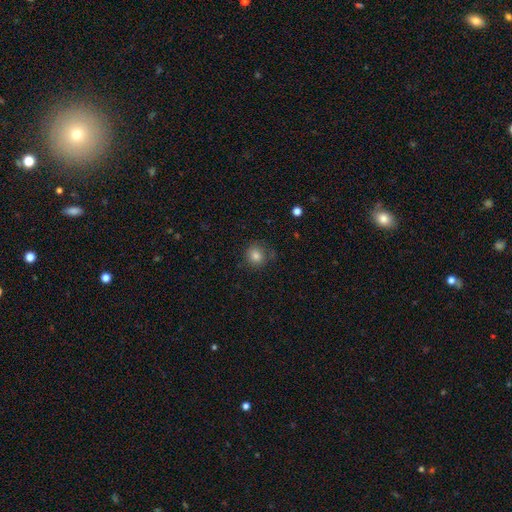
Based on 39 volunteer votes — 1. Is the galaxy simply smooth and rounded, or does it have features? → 90% smooth, 10% star or artifact, 0% featured or disk.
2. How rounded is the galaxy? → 91% round, 9% in between, 0% cigar-shaped.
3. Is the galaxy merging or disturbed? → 80% none, 20% minor disturbance, 0% major disturbance, 0% merger.